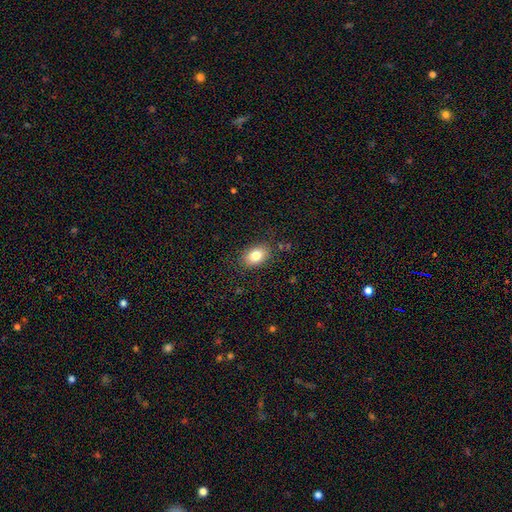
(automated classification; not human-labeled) smooth_or_featured: smooth (p=0.81) [alt: featured or disk p=0.10]
how_rounded: in between (p=0.83) [alt: round p=0.16]
merging: none (p=0.83) [alt: minor disturbance p=0.12]